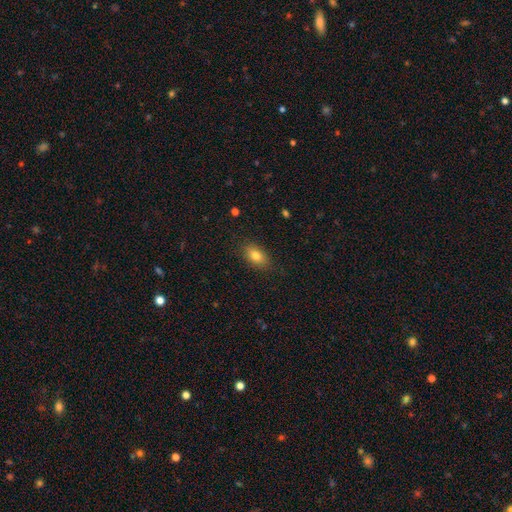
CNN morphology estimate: Smooth or featured: smooth — 80% (featured or disk — 11%)
How rounded: in between — 87% (round — 9%)
Merging: none — 85% (minor disturbance — 11%)